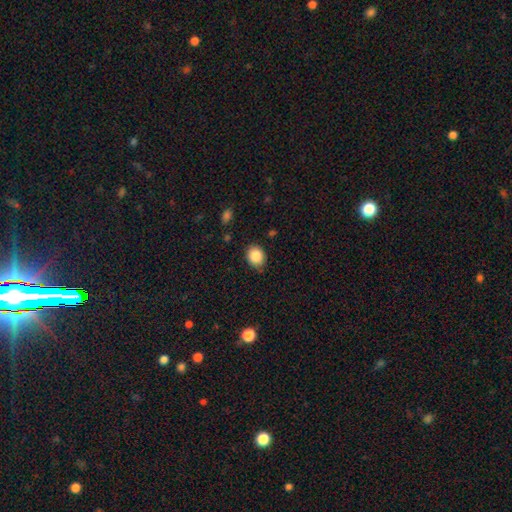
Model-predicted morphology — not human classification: Smooth or featured: smooth — 86% (star or artifact — 9%)
How rounded: round — 56% (in between — 44%)
Merging: none — 81% (minor disturbance — 14%)